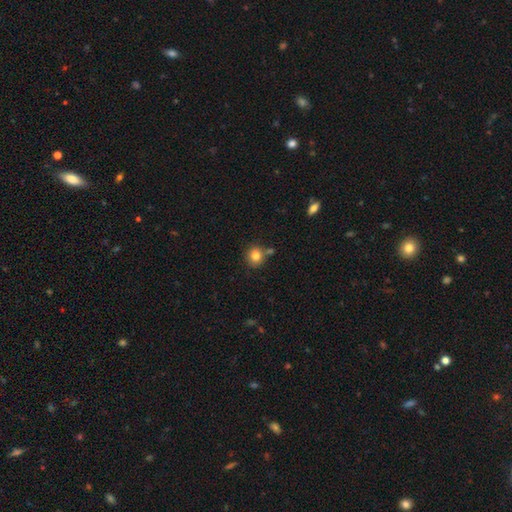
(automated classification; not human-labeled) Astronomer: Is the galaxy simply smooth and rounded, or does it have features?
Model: smooth — 83%.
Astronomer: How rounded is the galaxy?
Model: round — 85%.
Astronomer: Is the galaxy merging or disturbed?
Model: none — 75%.